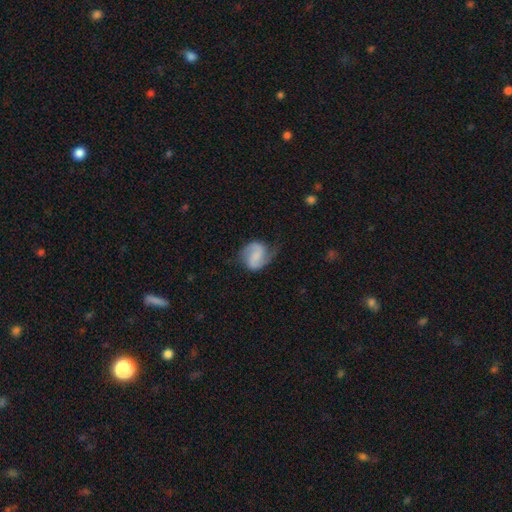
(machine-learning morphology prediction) smooth-or-featured: featured or disk: 67% | smooth: 26% | star or artifact: 7%
  disk-edge-on: no: 98% | yes: 2%
    bar: weak: 42% | no: 40% | strong: 18%
    has-spiral-arms: yes: 94% | no: 6%
      spiral-winding: medium: 44% | loose: 36% | tight: 19%
      spiral-arm-count: 2: 88% | 1: 5% | can't tell: 4% | 3: 1% | 4: 1% | more than 4: 1%
    bulge-size: none: 52% | small: 23% | moderate: 16% | large: 7% | dominant: 2%
  merging: none: 61% | minor disturbance: 25% | major disturbance: 12% | merger: 2%